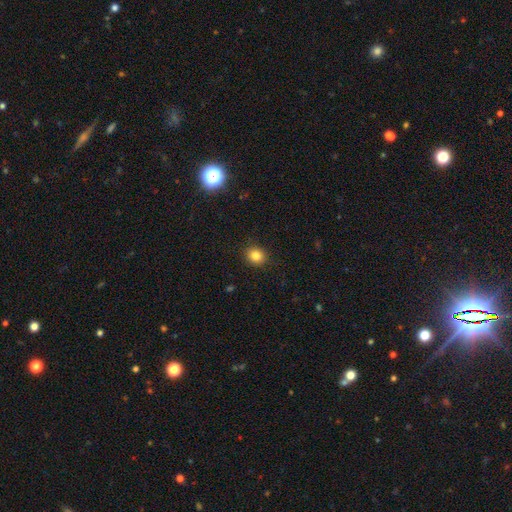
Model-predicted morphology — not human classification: A smooth galaxy with no disk features (83%) that is round (74%).

Vote fractions:
- Smooth or featured? smooth: 83% / star or artifact: 11% / featured or disk: 5%
- How rounded? round: 74% / in between: 25% / cigar-shaped: 1%
- Merging? none: 90% / minor disturbance: 7% / major disturbance: 2% / merger: 1%